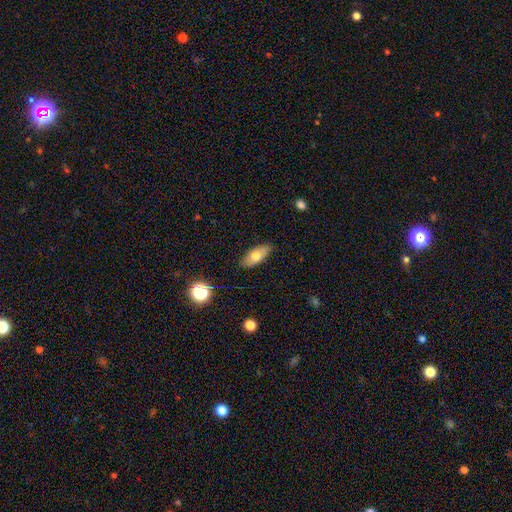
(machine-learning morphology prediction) Smooth or featured: smooth — 71% (featured or disk — 21%)
How rounded: in between — 80% (cigar-shaped — 17%)
Merging: none — 85% (minor disturbance — 12%)